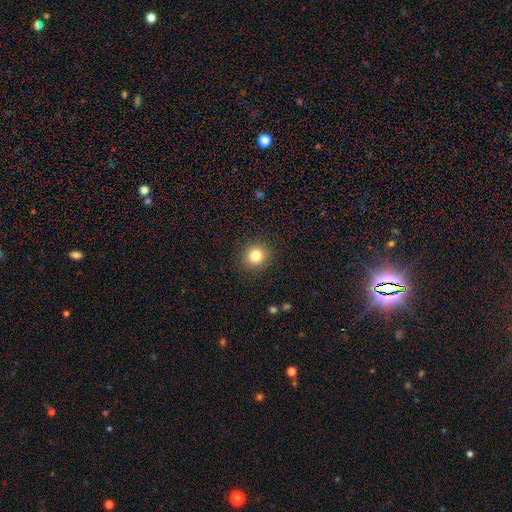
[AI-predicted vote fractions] Q: Smooth or featured?
A: smooth (83%); runner-up: star or artifact (11%)
Q: How rounded?
A: round (90%); runner-up: in between (9%)
Q: Merging?
A: none (90%); runner-up: minor disturbance (7%)